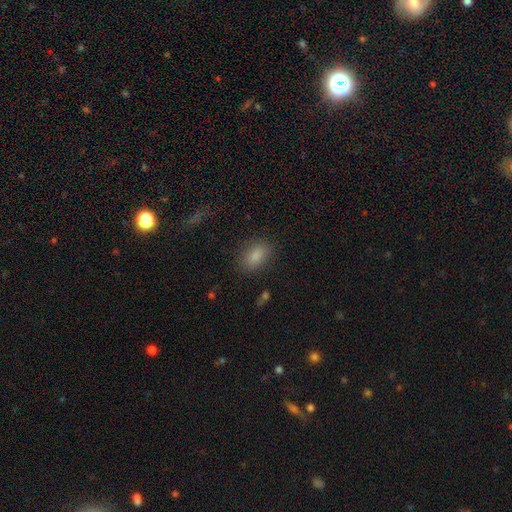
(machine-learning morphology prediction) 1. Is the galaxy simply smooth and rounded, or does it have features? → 86% smooth, 9% star or artifact, 5% featured or disk.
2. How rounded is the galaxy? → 85% in between, 12% round, 3% cigar-shaped.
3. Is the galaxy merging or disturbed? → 84% none, 11% minor disturbance, 4% major disturbance, 2% merger.